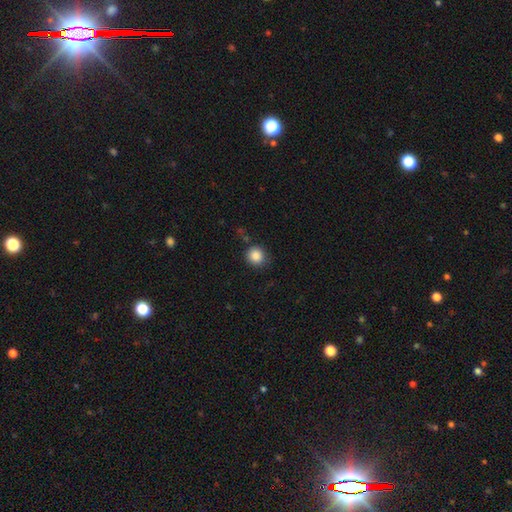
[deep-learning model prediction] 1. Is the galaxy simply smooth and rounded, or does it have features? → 87% smooth, 10% star or artifact, 3% featured or disk.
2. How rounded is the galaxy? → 89% round, 10% in between, 1% cigar-shaped.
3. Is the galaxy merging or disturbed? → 83% none, 12% minor disturbance, 3% major disturbance, 2% merger.